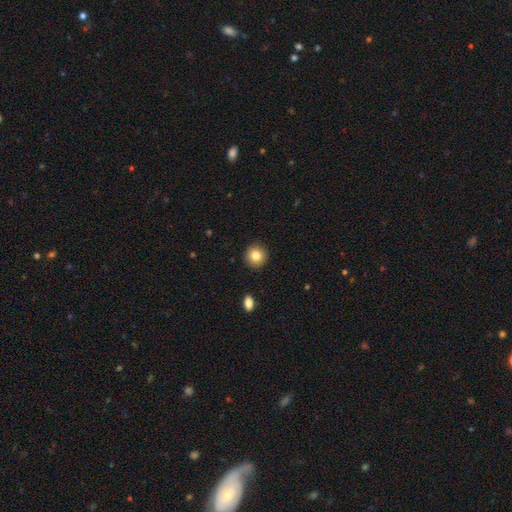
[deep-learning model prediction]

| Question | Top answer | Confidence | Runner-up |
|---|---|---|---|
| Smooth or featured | smooth | 82% | star or artifact (10%) |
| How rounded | round | 92% | in between (7%) |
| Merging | none | 91% | minor disturbance (6%) |